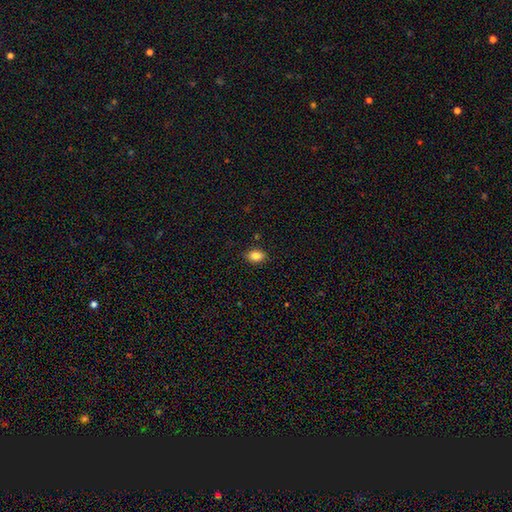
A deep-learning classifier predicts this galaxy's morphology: The model was most divided on "how rounded": in between: 82%, round: 17%, cigar-shaped: 2%. More confident: merging — none (86%); smooth or featured — smooth (86%).